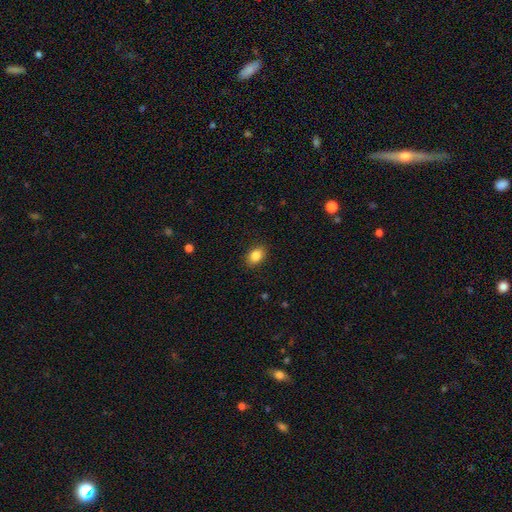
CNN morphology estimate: Smooth or featured?
  - smooth: 85% *
  - star or artifact: 9%
  - featured or disk: 6%
How rounded?
  - in between: 77% *
  - round: 22%
  - cigar-shaped: 1%
Merging?
  - none: 88% *
  - minor disturbance: 9%
  - major disturbance: 2%
  - merger: 1%